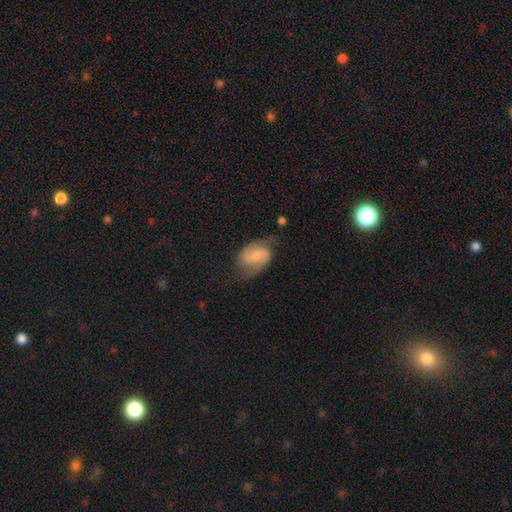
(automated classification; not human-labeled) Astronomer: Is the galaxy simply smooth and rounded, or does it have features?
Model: featured or disk — 61%.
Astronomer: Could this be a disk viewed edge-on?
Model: no — 97%.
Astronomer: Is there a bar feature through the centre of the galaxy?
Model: no — 47% (runner-up: weak, 42%).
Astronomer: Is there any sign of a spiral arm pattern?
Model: yes — 92%.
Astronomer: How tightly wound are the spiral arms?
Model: medium — 45% (runner-up: loose, 35%).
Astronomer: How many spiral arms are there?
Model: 2 — 88%.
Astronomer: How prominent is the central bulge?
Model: small — 39% (runner-up: none, 26%).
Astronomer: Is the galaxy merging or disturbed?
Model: none — 58%.